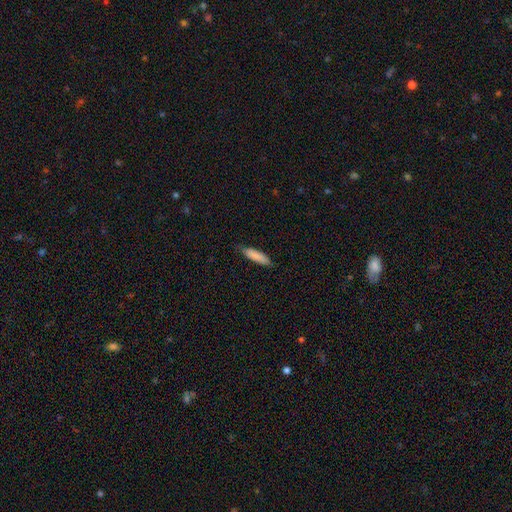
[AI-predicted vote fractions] smooth 86%, featured or disk 8%, star or artifact 6%. Down the decision tree: how rounded — cigar-shaped (66%); merging — none (79%).